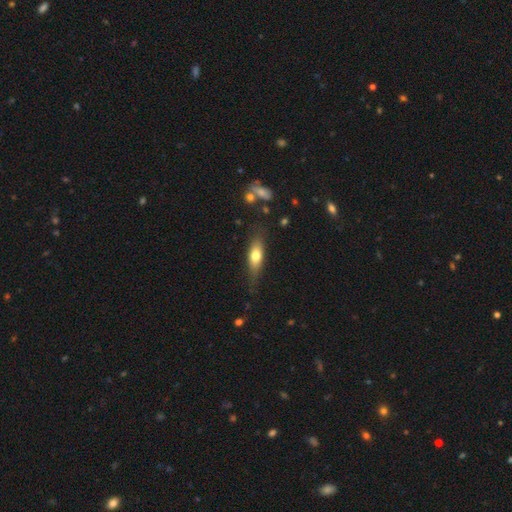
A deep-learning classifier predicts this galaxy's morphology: Smooth or featured?
  - smooth: 66% *
  - featured or disk: 27%
  - star or artifact: 6%
How rounded?
  - in between: 56% *
  - cigar-shaped: 40%
  - round: 3%
Merging?
  - none: 73% *
  - minor disturbance: 19%
  - major disturbance: 5%
  - merger: 2%